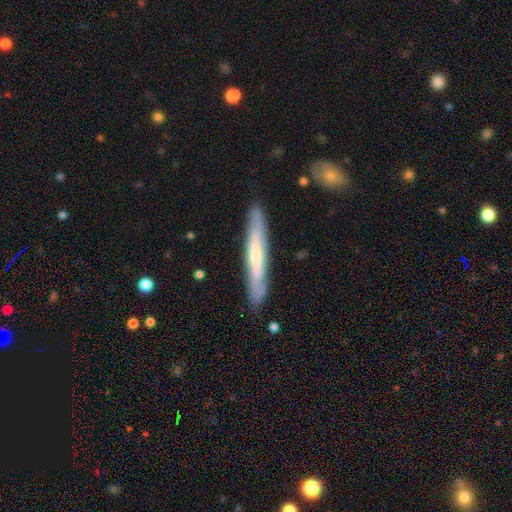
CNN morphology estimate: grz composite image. It shows a featured or disk galaxy (50%) viewed edge-on (80%). Merging: none (86%).